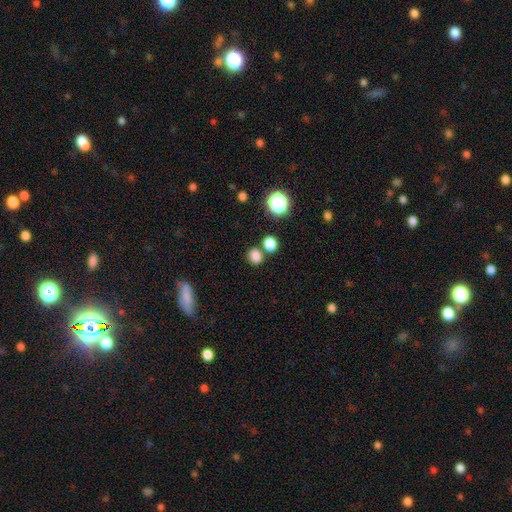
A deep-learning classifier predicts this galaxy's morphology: Smooth or featured? Predicted: smooth (p=0.81). How rounded? Predicted: round (p=0.61). Merging? Predicted: none (p=0.67).